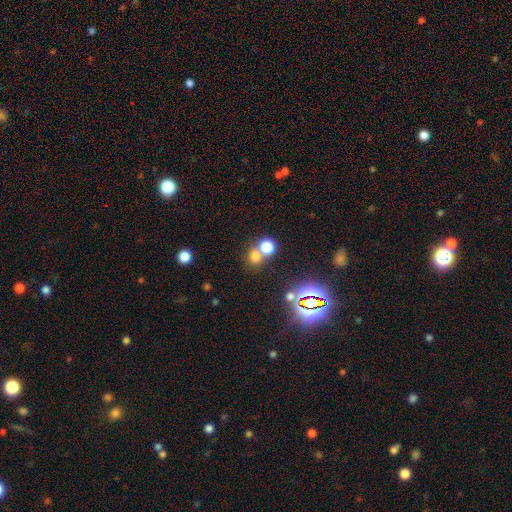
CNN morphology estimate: type=smooth (66%); roundness=round (77%); merging=none (49%).